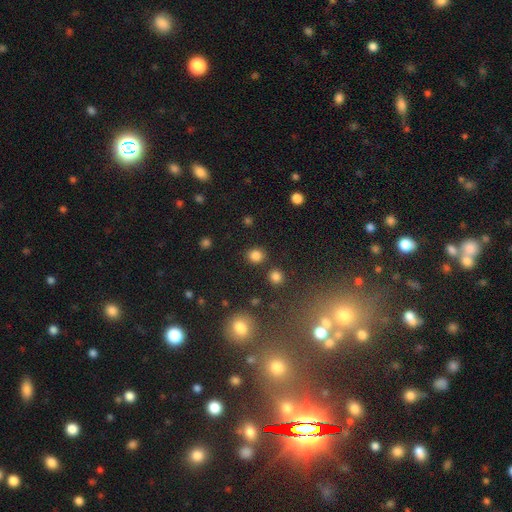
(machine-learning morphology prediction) This is clearly a smooth galaxy (83%). How rounded: likely round (78%). Merging: clearly none (84%).